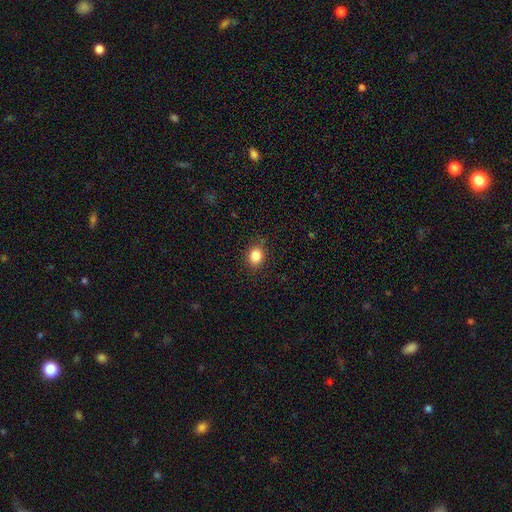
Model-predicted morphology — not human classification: Overall: smooth (85%). How rounded: round (58%; in between 41%). Merging: none (87%).